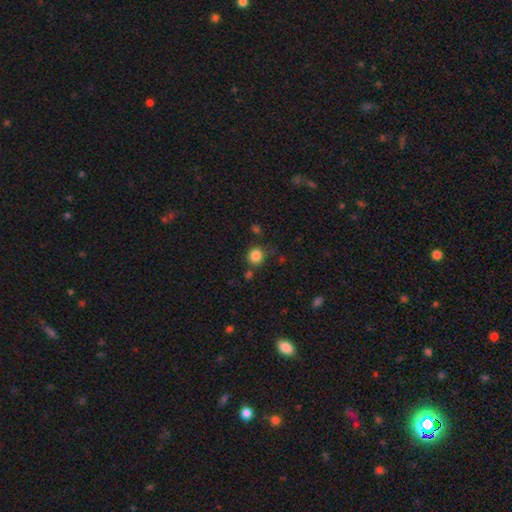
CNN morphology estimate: Smooth or featured?
  - smooth: 85% *
  - star or artifact: 11%
  - featured or disk: 4%
How rounded?
  - round: 84% *
  - in between: 15%
  - cigar-shaped: 1%
Merging?
  - none: 79% *
  - minor disturbance: 11%
  - merger: 6%
  - major disturbance: 4%